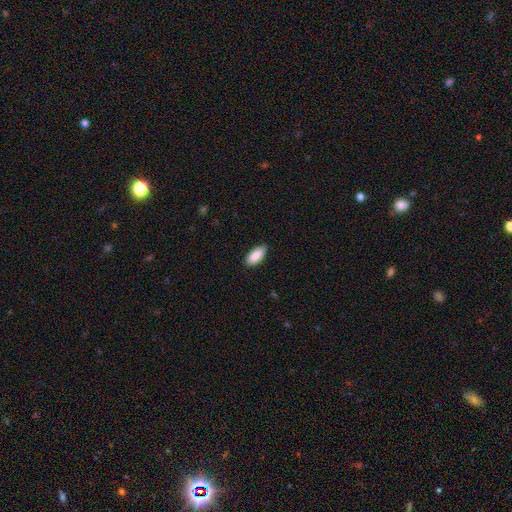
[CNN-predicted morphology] smooth_or_featured: smooth (p=0.89) [alt: star or artifact p=0.06]
how_rounded: in between (p=0.86) [alt: cigar-shaped p=0.12]
merging: none (p=0.83) [alt: minor disturbance p=0.14]